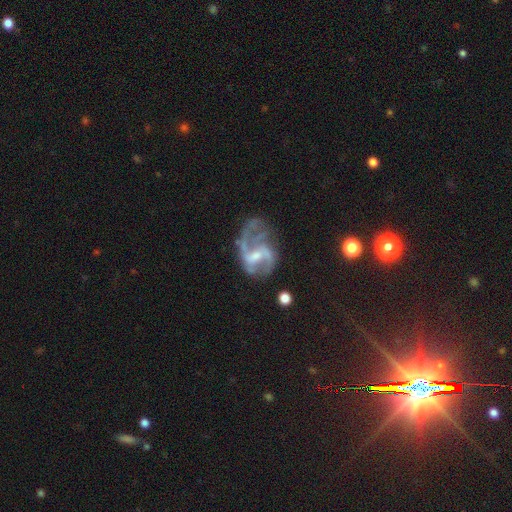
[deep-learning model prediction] featured or disk 85%, smooth 8%, star or artifact 7%. Down the decision tree: edge-on disk — no (98%); bar — weak (54%); spiral arms — yes (92%); spiral arm count — 2 (59%); spiral winding — medium (45%); bulge size — small (46%); merging — none (42%).